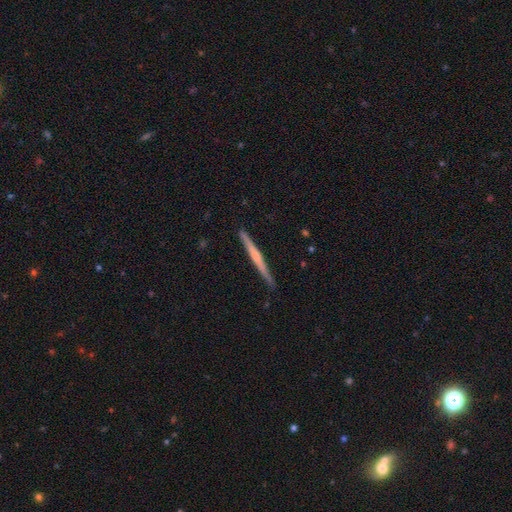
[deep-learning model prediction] A featured or disk galaxy (64%) viewed edge-on (98%) with a rounded central bulge (54%).

Vote fractions:
- Smooth or featured? featured or disk: 64% / smooth: 31% / star or artifact: 5%
- Edge-on disk? yes: 98% / no: 2%
- Edge-on bulge? rounded: 54% / none: 39% / boxy: 7%
- Merging? none: 90% / minor disturbance: 7% / major disturbance: 1% / merger: 1%